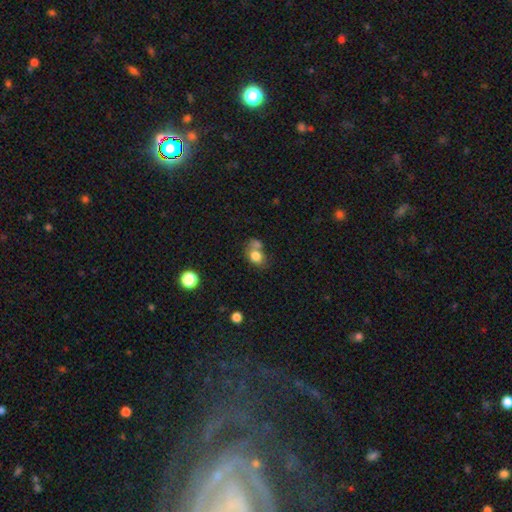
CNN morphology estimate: smooth 77%, featured or disk 13%, star or artifact 10%. Down the decision tree: how rounded — in between (52%); merging — merger (41%).